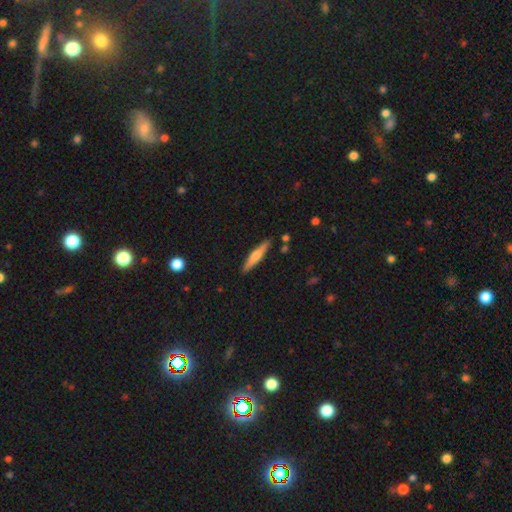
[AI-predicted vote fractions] The model was most divided on "smooth or featured": smooth: 50%, featured or disk: 44%, star or artifact: 6%. More confident: merging — none (88%); how rounded — cigar-shaped (87%).